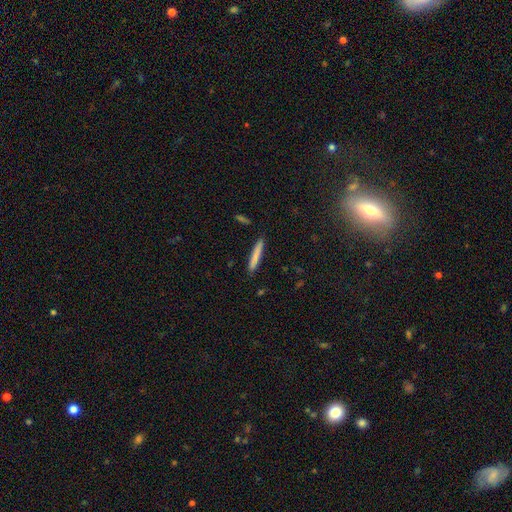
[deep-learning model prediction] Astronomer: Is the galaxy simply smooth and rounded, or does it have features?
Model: smooth — 79%.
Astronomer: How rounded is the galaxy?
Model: cigar-shaped — 95%.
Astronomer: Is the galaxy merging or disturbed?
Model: none — 89%.